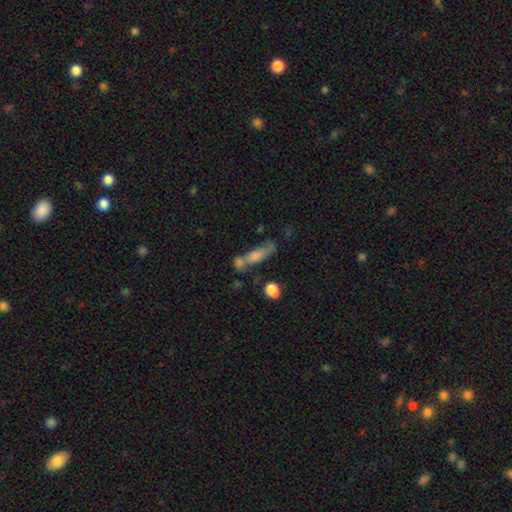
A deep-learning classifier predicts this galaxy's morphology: Overall: smooth (65%). How rounded: cigar-shaped (58%; in between 37%). Merging: none (40%; merger 32%).